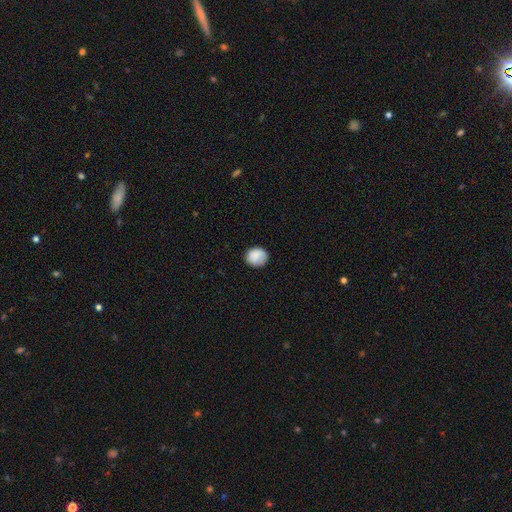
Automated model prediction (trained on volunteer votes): Smooth or featured? smooth (85%)
How rounded? round (76%)
Merging? none (80%)